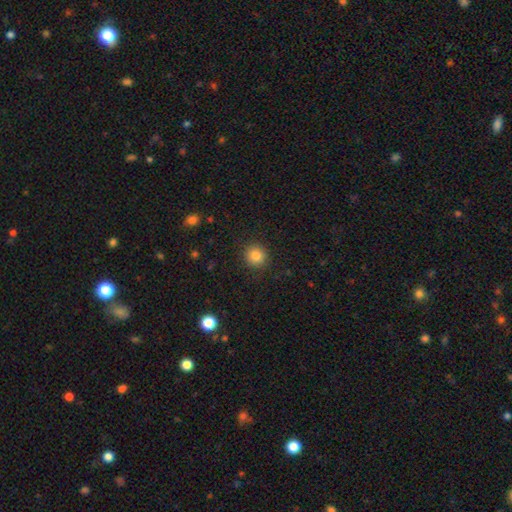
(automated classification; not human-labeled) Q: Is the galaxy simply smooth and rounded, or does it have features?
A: smooth — 84%.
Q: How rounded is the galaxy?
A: round — 91%.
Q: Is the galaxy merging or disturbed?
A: none — 90%.